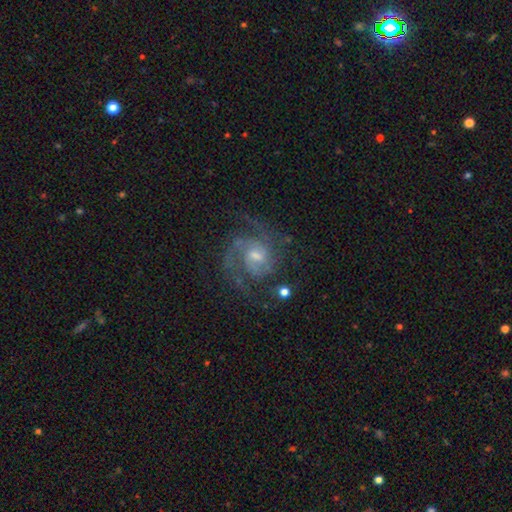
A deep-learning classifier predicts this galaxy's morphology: This is clearly a featured or disk galaxy (87%). It is clearly not viewed edge-on (98%). Bar: possibly weak (51%). Spiral arm pattern: clearly yes (97%). Spiral arm count: marginally 2 (44%). Spiral winding: possibly medium (48%). Central bulge: possibly moderate (48%). Merging: likely none (66%).